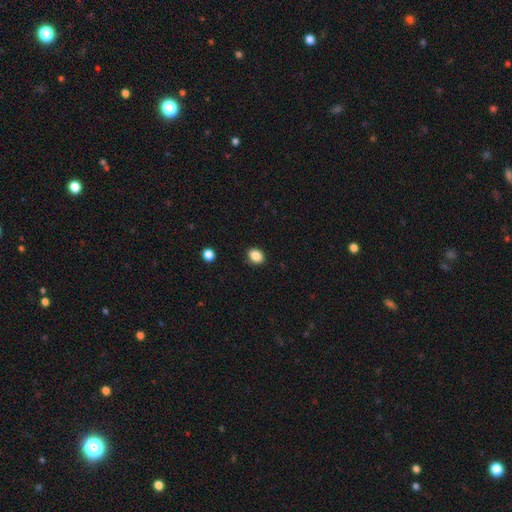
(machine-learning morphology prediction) Overall: smooth (87%). How rounded: in between (55%; round 44%). Merging: none (88%).